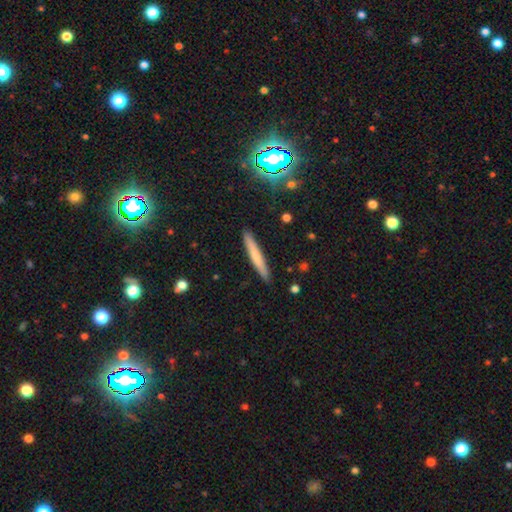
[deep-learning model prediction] This appears to be a smooth galaxy with no disk features (65%) that is cigar-shaped (95%). Merging: none (90%).